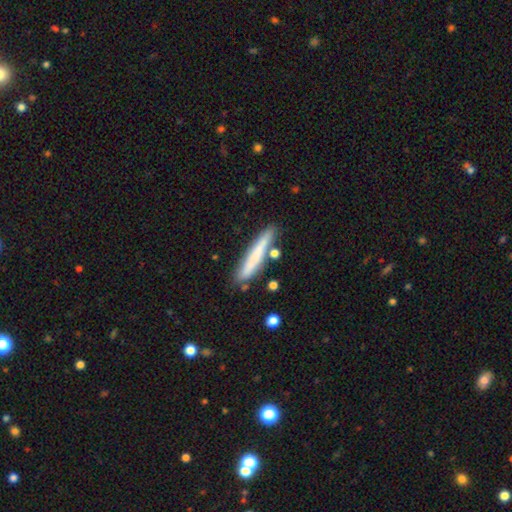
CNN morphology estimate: Smooth or featured: smooth — 69% (featured or disk — 24%)
How rounded: cigar-shaped — 93% (in between — 6%)
Merging: none — 76% (minor disturbance — 15%)